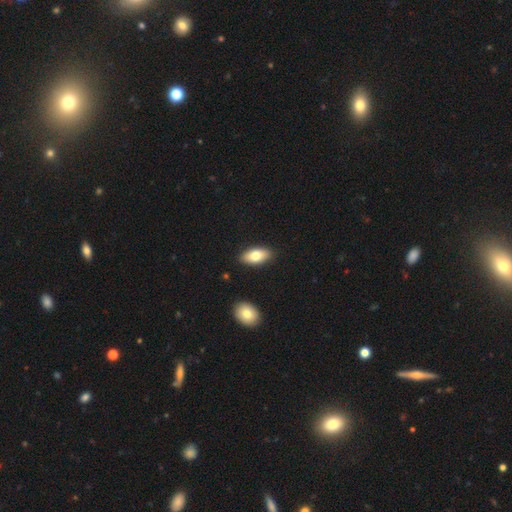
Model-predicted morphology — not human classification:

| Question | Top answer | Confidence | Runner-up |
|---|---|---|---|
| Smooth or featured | smooth | 76% | featured or disk (18%) |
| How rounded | in between | 90% | cigar-shaped (7%) |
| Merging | none | 88% | minor disturbance (9%) |